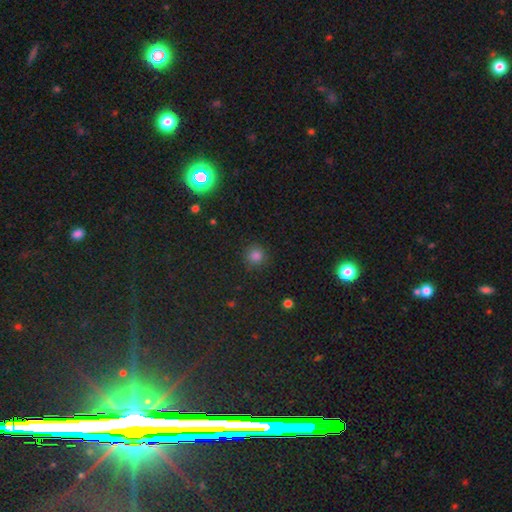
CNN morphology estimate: type=smooth (82%); roundness=round (92%); merging=none (87%).